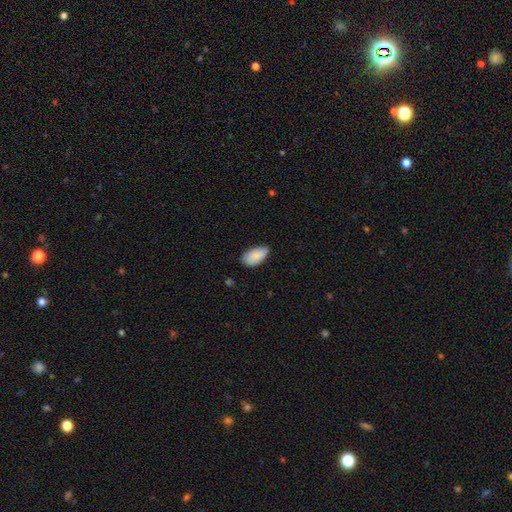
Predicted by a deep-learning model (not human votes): Smooth or featured? Predicted: smooth (p=0.87). How rounded? Predicted: in between (p=0.95). Merging? Predicted: none (p=0.64).